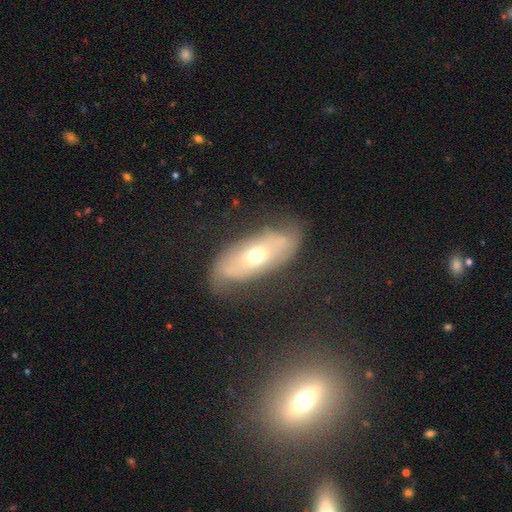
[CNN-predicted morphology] Smooth or featured? featured or disk (55%)
Edge-on disk? no (82%)
Merging? none (57%)